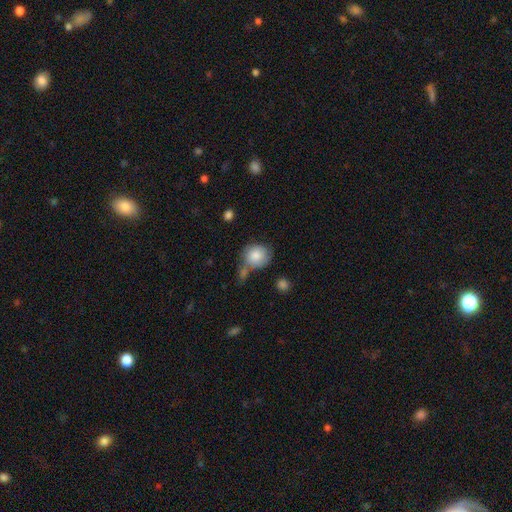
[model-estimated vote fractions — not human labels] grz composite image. It shows a smooth galaxy with no disk features (81%) that is round (80%). Merging: none (49%).